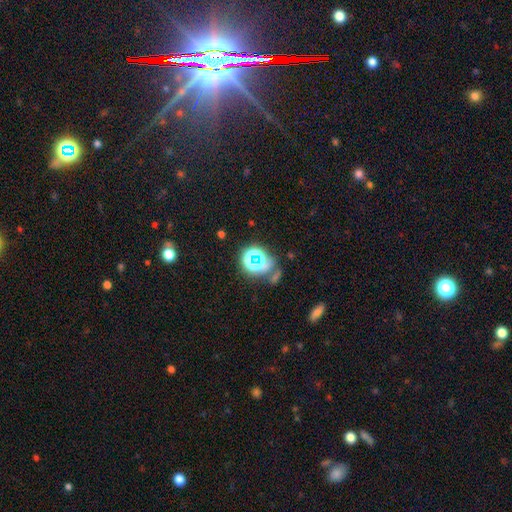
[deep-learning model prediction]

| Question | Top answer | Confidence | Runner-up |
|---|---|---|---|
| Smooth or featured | star or artifact | 62% | smooth (26%) |